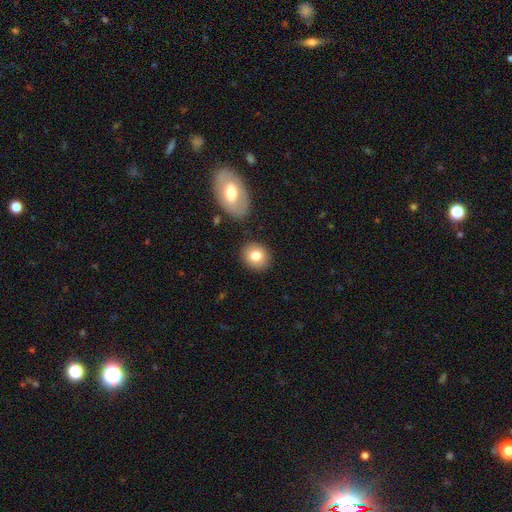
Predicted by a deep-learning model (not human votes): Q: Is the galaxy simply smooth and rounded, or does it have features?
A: smooth — 79%.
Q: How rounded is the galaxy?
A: round — 74%.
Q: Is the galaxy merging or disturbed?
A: none — 84%.